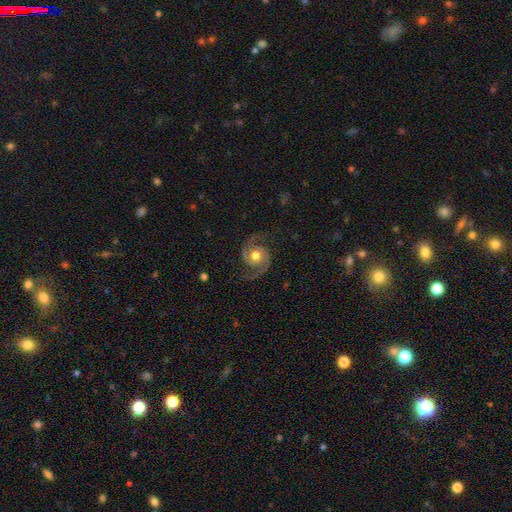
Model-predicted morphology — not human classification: Smooth or featured: featured or disk — 90% (smooth — 5%)
Edge-on disk: no — 98% (yes — 2%)
Bar: no — 74% (weak — 21%)
Spiral arms: yes — 98% (no — 2%)
Spiral winding: medium — 58% (loose — 22%)
Spiral arm count: 2 — 95% (can't tell — 1%)
Bulge size: moderate — 75% (large — 16%)
Merging: none — 81% (minor disturbance — 12%)